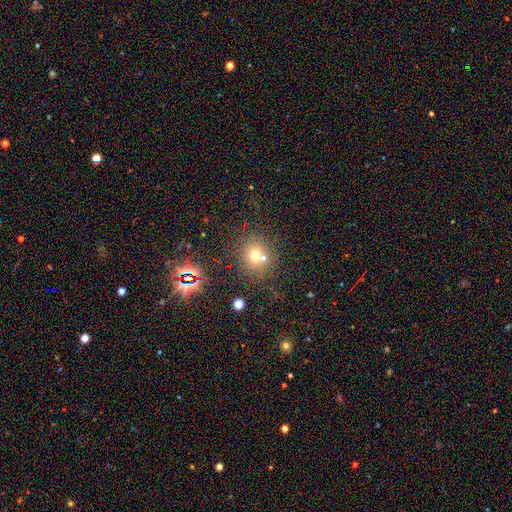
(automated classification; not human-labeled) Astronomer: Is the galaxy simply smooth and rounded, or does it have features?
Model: smooth — 64%.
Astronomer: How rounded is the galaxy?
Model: round — 86%.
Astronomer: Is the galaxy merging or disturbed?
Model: none — 65%.